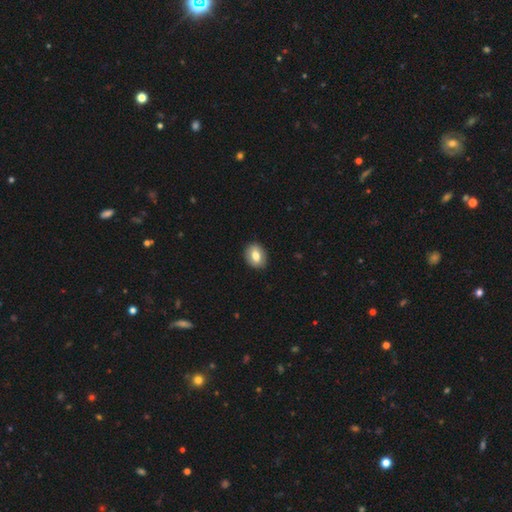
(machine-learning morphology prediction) A smooth galaxy with no disk features (72%) that is in between round and cigar-shaped (62%).

Vote fractions:
- Smooth or featured? smooth: 72% / featured or disk: 20% / star or artifact: 7%
- How rounded? in between: 62% / round: 37% / cigar-shaped: 1%
- Merging? none: 88% / minor disturbance: 9% / major disturbance: 2% / merger: 1%